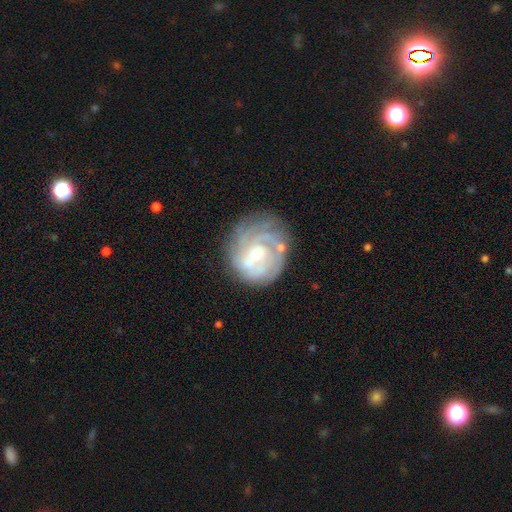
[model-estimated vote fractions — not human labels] Overall: featured or disk (80%). Edge-on disk: no (98%). Bar: no (66%; weak 28%). Spiral arms: yes (92%). Spiral arm count: can't tell (37%; 3 21%). Spiral winding: tight (70%). Bulge size: small (67%). Merging: none (65%).